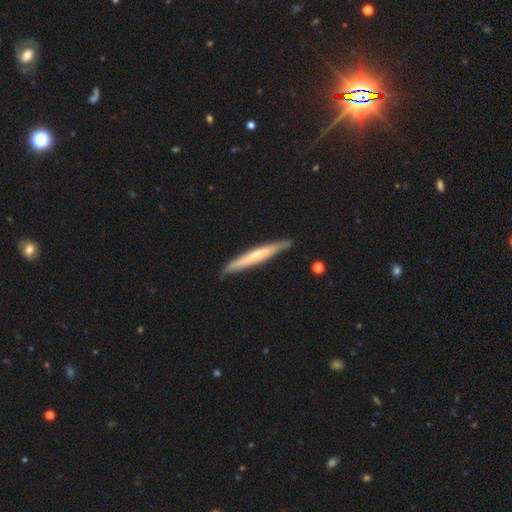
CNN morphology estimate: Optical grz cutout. It shows a featured or disk galaxy (49%). Merging: none (87%).